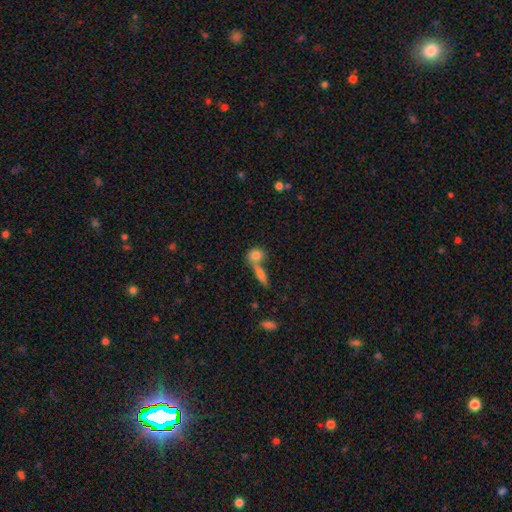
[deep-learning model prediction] The model was most divided on "how rounded": round: 47%, in between: 45%, cigar-shaped: 8%. Remaining: smooth or featured — smooth (80%); merging — merger (47%).